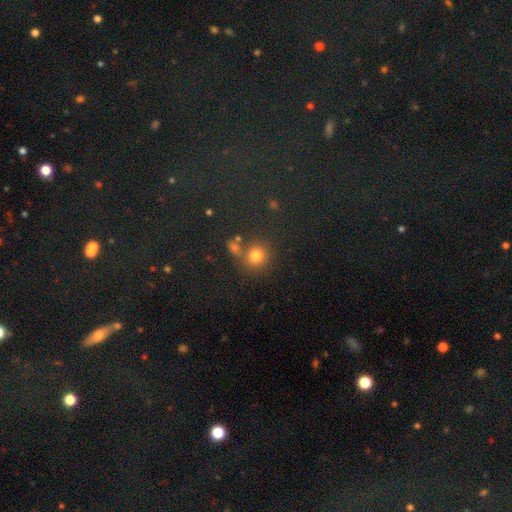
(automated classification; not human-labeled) This is likely a smooth galaxy (77%). How rounded: clearly round (88%). Merging: likely none (66%).